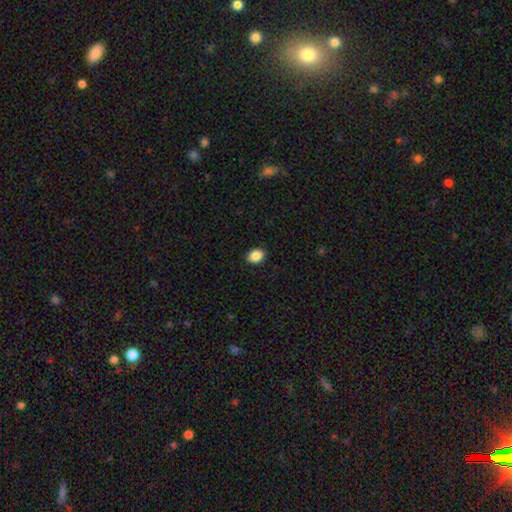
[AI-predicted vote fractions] Smooth or featured: smooth — 89% (star or artifact — 8%)
How rounded: in between — 70% (round — 29%)
Merging: none — 90% (minor disturbance — 7%)